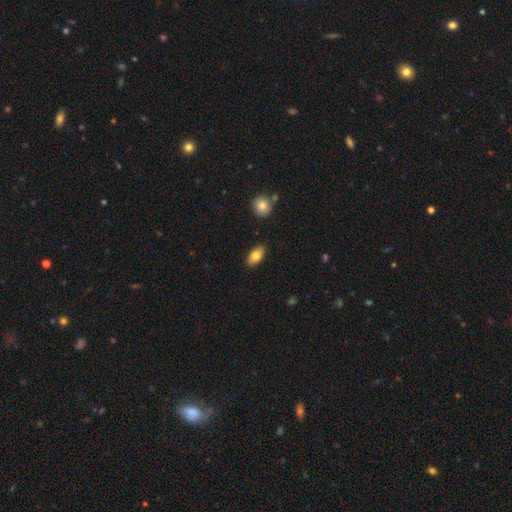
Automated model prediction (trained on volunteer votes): Morphology: type=smooth (81%); roundness=in between (92%); merging=none (87%).